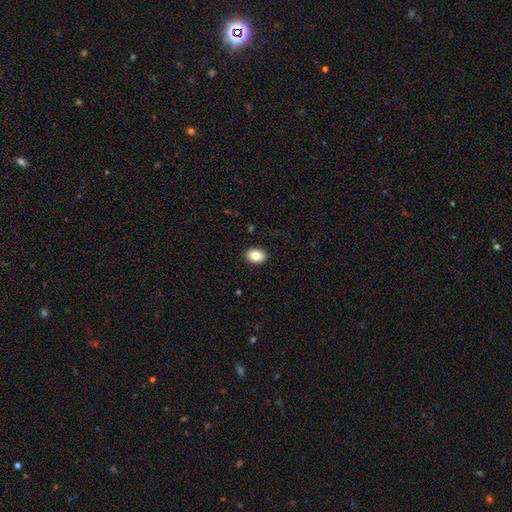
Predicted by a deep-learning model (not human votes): This appears to be a smooth galaxy with no disk features (84%) that is in between round and cigar-shaped (70%). Merging: none (91%).